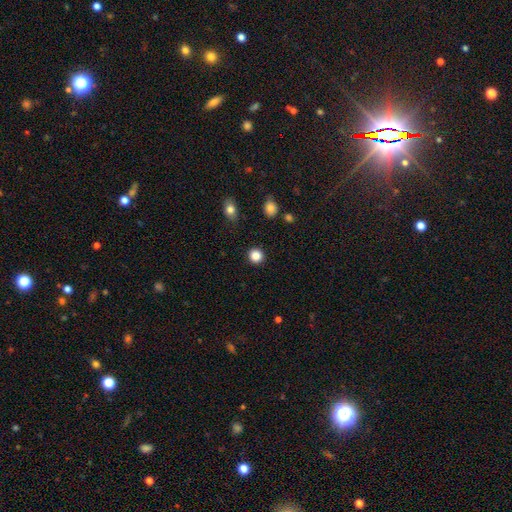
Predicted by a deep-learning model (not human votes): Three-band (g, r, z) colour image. It shows a smooth galaxy with no disk features (86%) that is round (92%). Merging: none (92%).